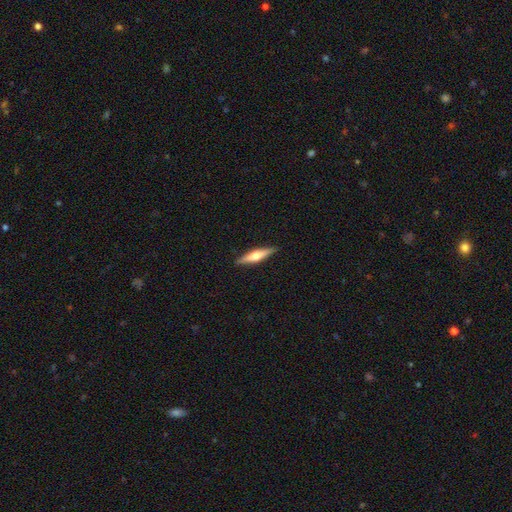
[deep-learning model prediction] Smooth or featured?
  - featured or disk: 52% *
  - smooth: 43%
  - star or artifact: 5%
Edge-on disk?
  - yes: 96% *
  - no: 4%
Merging?
  - none: 90% *
  - minor disturbance: 8%
  - major disturbance: 2%
  - merger: 1%